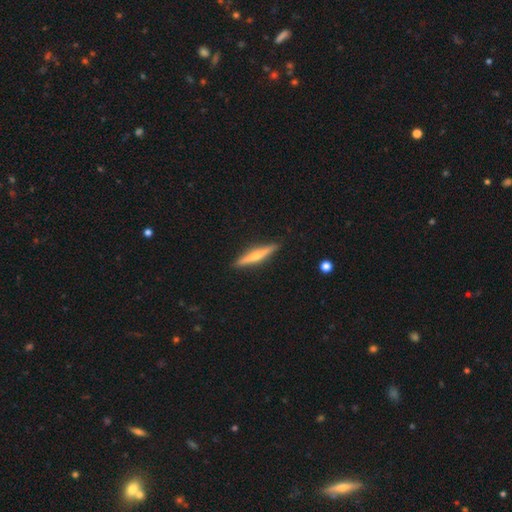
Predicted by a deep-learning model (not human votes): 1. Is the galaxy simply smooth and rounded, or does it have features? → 53% featured or disk, 41% smooth, 6% star or artifact.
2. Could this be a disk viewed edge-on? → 97% yes, 3% no.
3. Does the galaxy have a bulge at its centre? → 68% rounded, 24% none, 8% boxy.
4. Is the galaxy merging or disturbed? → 91% none, 7% minor disturbance, 1% major disturbance, 1% merger.